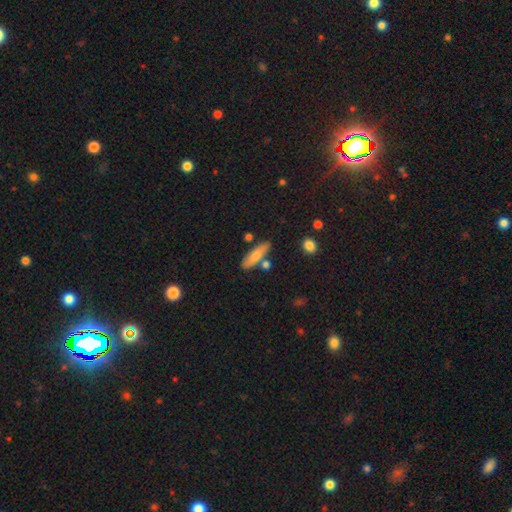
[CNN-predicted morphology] type=smooth (72%); roundness=cigar-shaped (57%); merging=none (76%).